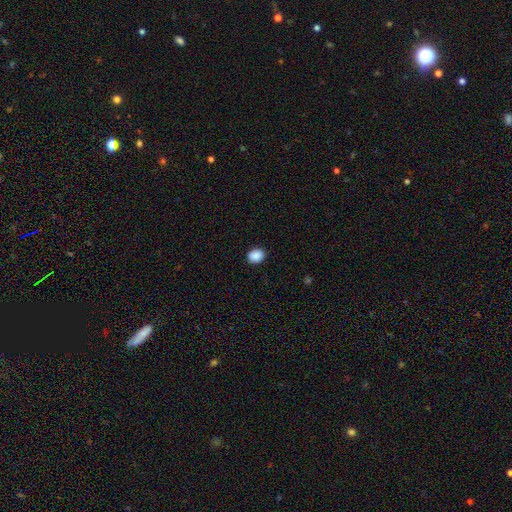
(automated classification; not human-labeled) A smooth galaxy with no disk features (89%) that is round (58%).

Vote fractions:
- Smooth or featured? smooth: 89% / star or artifact: 8% / featured or disk: 2%
- How rounded? round: 58% / in between: 41% / cigar-shaped: 1%
- Merging? none: 90% / minor disturbance: 7% / major disturbance: 2% / merger: 1%